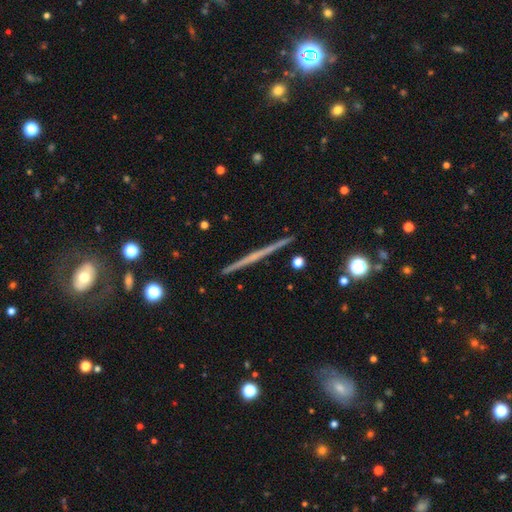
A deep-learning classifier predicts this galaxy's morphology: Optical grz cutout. It shows a featured or disk galaxy (70%) viewed edge-on (98%) with no central bulge (70%). Merging: none (92%).